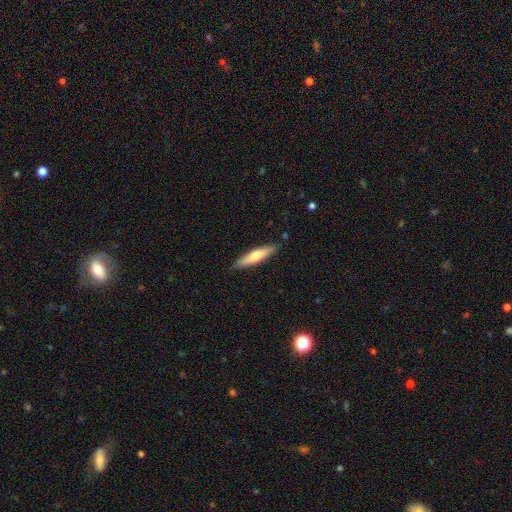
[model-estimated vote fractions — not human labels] Morphology: type=smooth (61%); roundness=cigar-shaped (82%); merging=none (88%).